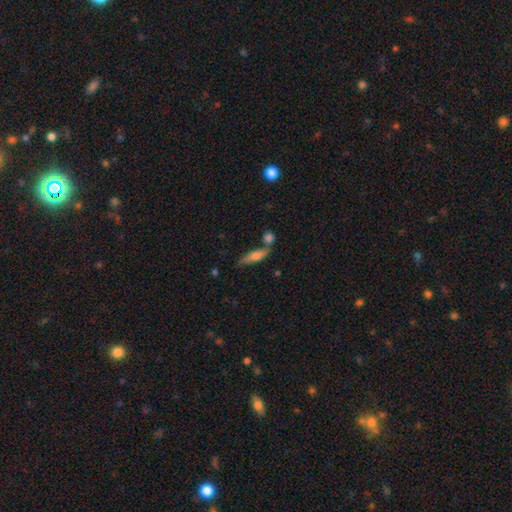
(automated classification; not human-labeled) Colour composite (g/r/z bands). It shows a smooth galaxy with no disk features (54%) that is cigar-shaped (63%). Merging: none (54%).